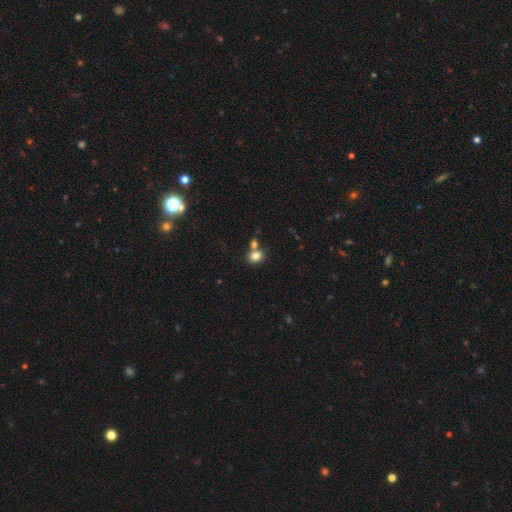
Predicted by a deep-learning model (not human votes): Smooth or featured?
  - smooth: 81% *
  - star or artifact: 11%
  - featured or disk: 8%
How rounded?
  - round: 64% *
  - in between: 35%
  - cigar-shaped: 1%
Merging?
  - none: 57% *
  - merger: 30%
  - minor disturbance: 10%
  - major disturbance: 3%